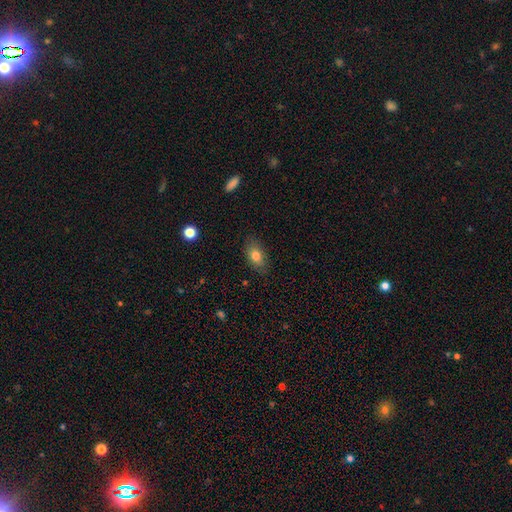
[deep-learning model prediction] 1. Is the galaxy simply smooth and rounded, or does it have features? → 79% smooth, 12% featured or disk, 8% star or artifact.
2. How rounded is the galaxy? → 87% in between, 8% round, 4% cigar-shaped.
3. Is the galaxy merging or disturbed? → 82% none, 13% minor disturbance, 3% major disturbance, 1% merger.